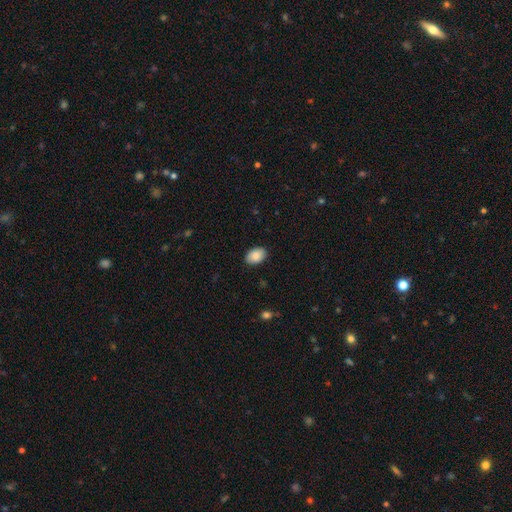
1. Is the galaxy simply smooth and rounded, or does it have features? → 97% smooth, 3% star or artifact, 0% featured or disk.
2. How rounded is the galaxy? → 92% in between, 8% round, 0% cigar-shaped.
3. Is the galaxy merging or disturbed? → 95% none, 5% minor disturbance, 0% major disturbance, 0% merger.